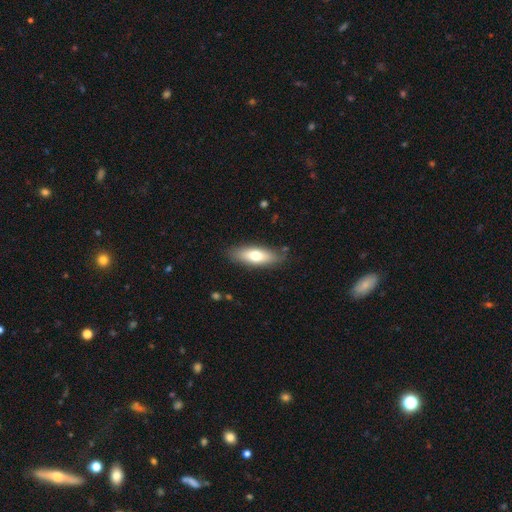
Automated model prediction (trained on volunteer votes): This appears to be a smooth galaxy with no disk features (66%) that is in between round and cigar-shaped (62%). Merging: none (84%).